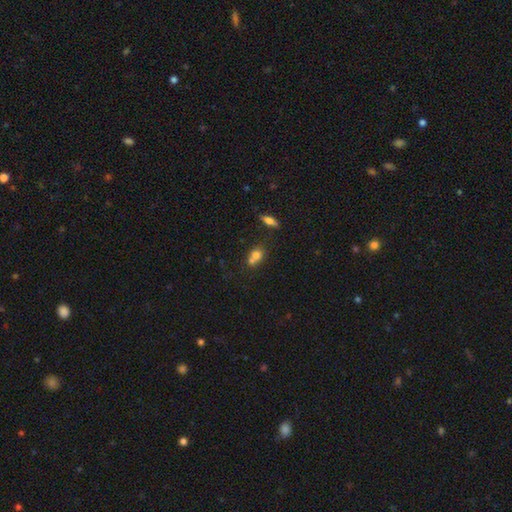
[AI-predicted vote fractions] Smooth or featured? Predicted: smooth (p=0.69). How rounded? Predicted: round (p=0.63). Merging? Predicted: merger (p=0.54).